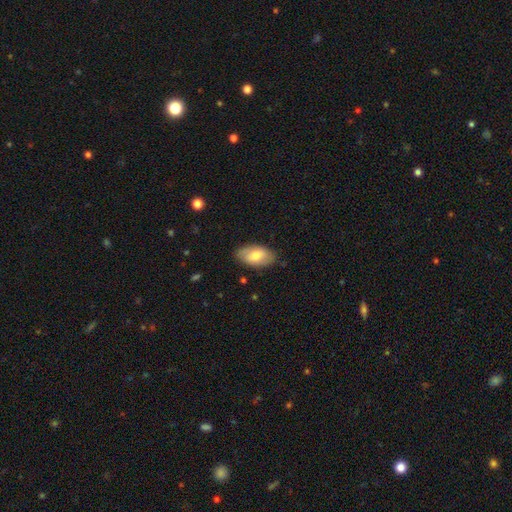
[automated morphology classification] Smooth or featured: smooth — 70% (featured or disk — 24%)
How rounded: in between — 94% (round — 4%)
Merging: none — 83% (minor disturbance — 14%)